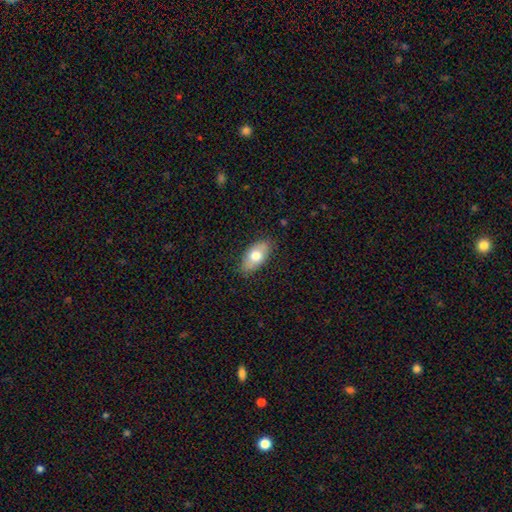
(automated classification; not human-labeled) smooth 71%, featured or disk 23%, star or artifact 6%. Down the decision tree: how rounded — in between (92%); merging — none (84%).